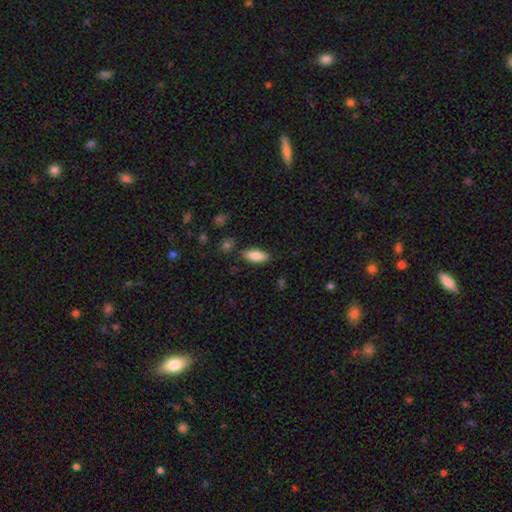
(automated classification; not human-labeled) smooth-or-featured: smooth: 87% | star or artifact: 7% | featured or disk: 7%
  how-rounded: in between: 79% | cigar-shaped: 19% | round: 2%
  merging: none: 84% | minor disturbance: 11% | major disturbance: 3% | merger: 3%